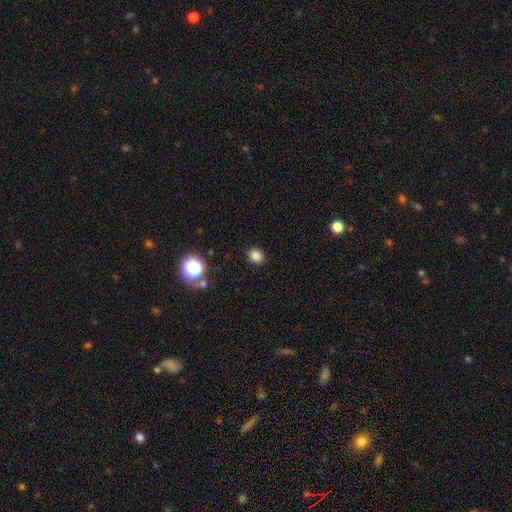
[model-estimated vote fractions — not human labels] smooth-or-featured: smooth: 82% | star or artifact: 14% | featured or disk: 4%
  how-rounded: round: 80% | in between: 19% | cigar-shaped: 1%
  merging: none: 89% | minor disturbance: 7% | major disturbance: 2% | merger: 2%